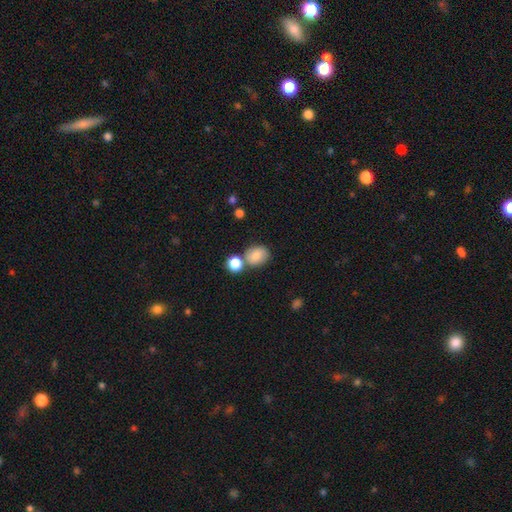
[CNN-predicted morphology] This appears to be a smooth galaxy with no disk features (80%) that is round (54%). Merging: none (62%).